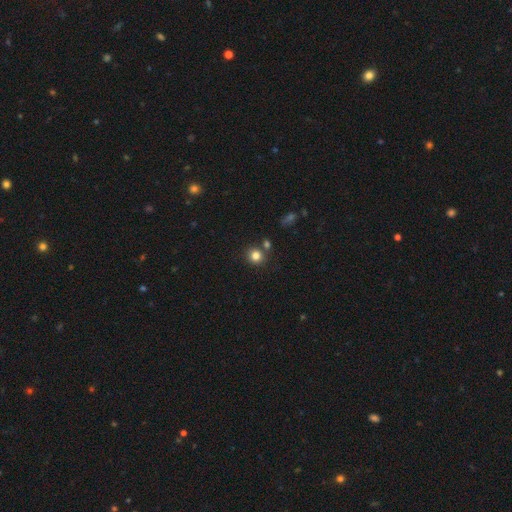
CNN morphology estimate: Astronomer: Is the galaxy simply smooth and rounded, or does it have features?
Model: smooth — 81%.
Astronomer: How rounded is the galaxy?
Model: round — 87%.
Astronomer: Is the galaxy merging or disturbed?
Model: none — 75%.